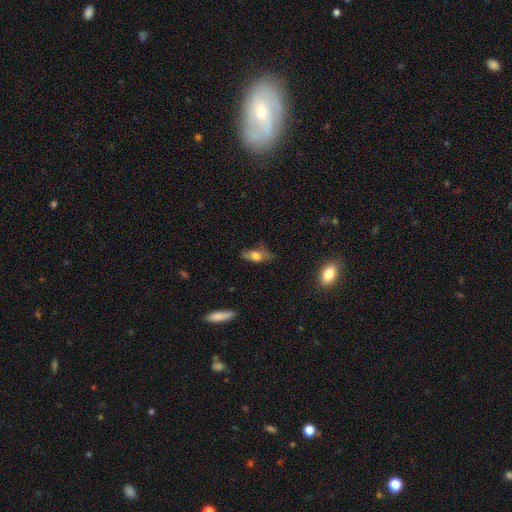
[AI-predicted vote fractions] Overall: smooth (62%; featured or disk 29%). How rounded: in between (76%). Merging: none (53%; minor disturbance 30%).